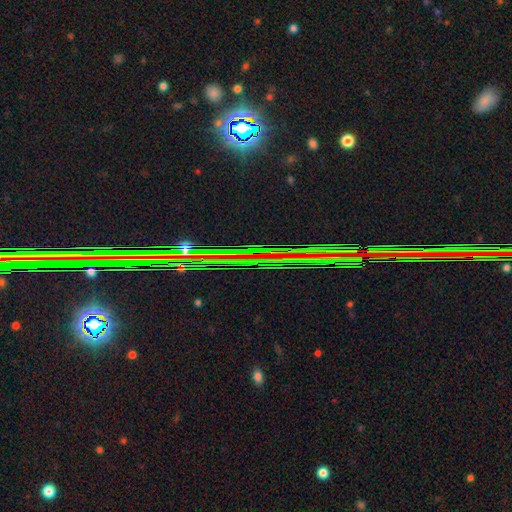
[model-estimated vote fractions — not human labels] Morphology: type=star or artifact (79%).